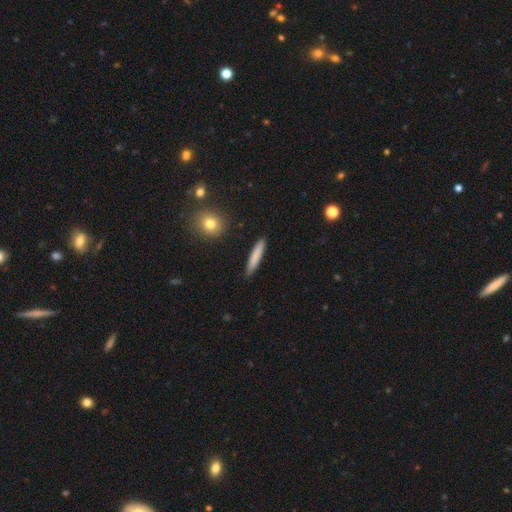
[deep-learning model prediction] smooth 81%, featured or disk 14%, star or artifact 6%. Down the decision tree: how rounded — cigar-shaped (91%); merging — none (90%).